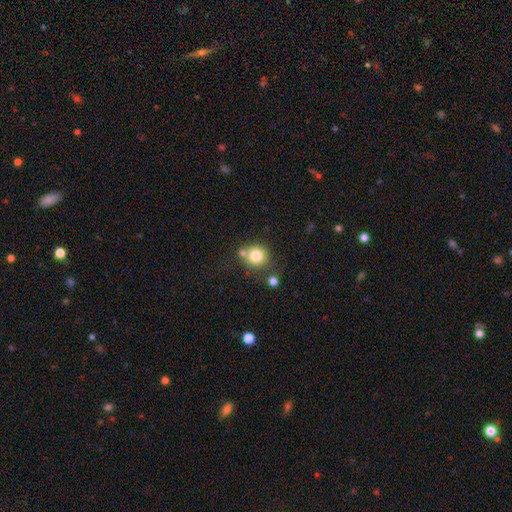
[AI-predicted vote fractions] Smooth or featured? Predicted: smooth (p=0.80). How rounded? Predicted: round (p=0.89). Merging? Predicted: none (p=0.67).